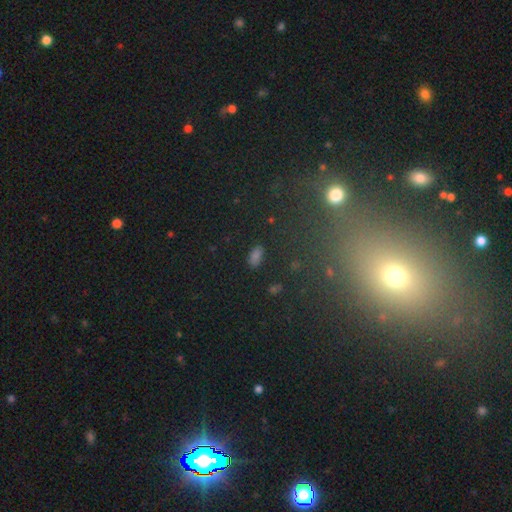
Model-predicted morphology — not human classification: Smooth or featured? smooth (71%)
How rounded? in between (90%)
Merging? none (87%)